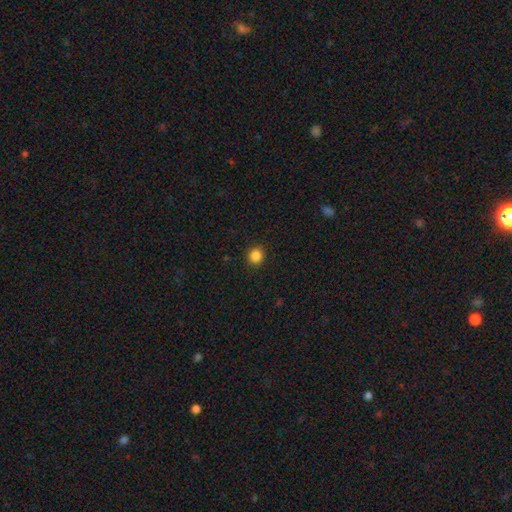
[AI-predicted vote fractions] Smooth or featured? smooth (85%)
How rounded? round (87%)
Merging? none (92%)